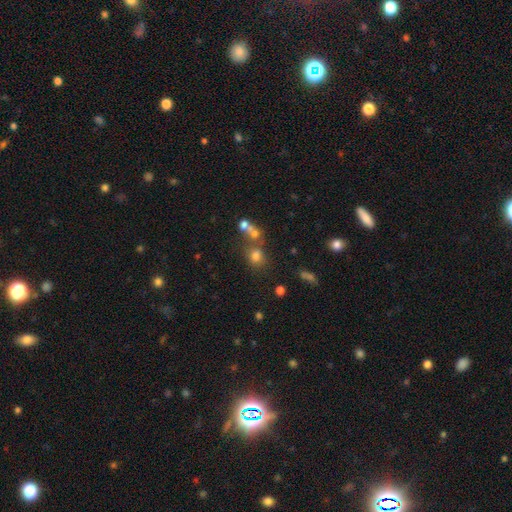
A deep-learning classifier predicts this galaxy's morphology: Smooth or featured: smooth — 66% (star or artifact — 21%)
How rounded: round — 76% (in between — 22%)
Merging: none — 54% (merger — 31%)